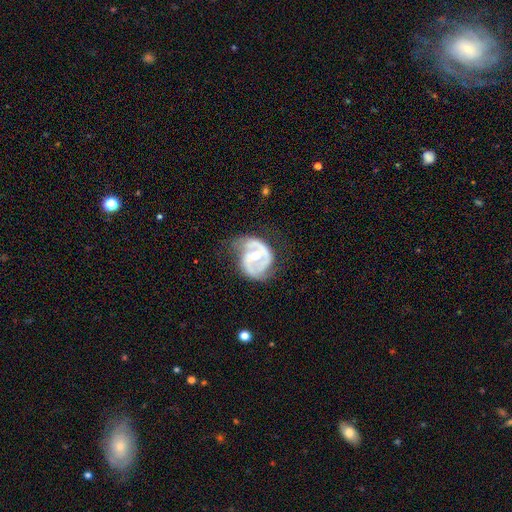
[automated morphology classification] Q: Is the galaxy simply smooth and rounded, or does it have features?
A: featured or disk — 81%.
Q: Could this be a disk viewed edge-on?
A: no — 97%.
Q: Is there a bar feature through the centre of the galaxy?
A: no — 48%.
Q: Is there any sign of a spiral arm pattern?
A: yes — 82%.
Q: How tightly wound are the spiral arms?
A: medium — 42%.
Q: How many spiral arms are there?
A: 2 — 64%.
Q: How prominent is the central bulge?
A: moderate — 73%.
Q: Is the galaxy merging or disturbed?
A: none — 46%.